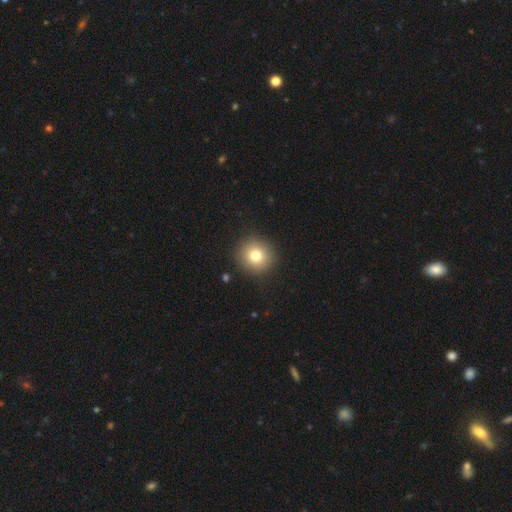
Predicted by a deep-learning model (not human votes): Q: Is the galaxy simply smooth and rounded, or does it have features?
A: smooth — 78%.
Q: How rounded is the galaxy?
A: round — 91%.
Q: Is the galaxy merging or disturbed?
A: none — 91%.